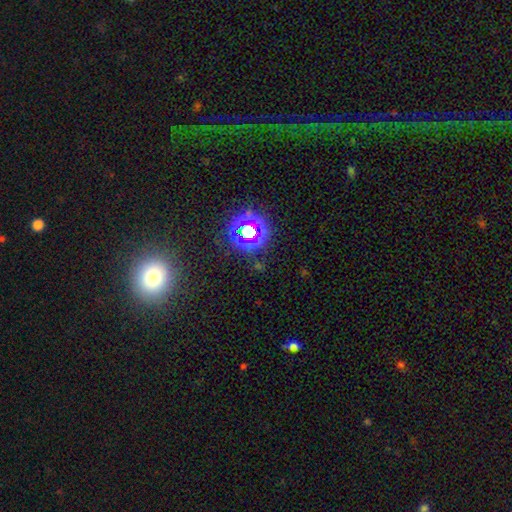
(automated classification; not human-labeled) Smooth or featured?
  - smooth: 51% *
  - star or artifact: 40%
  - featured or disk: 10%
How rounded?
  - round: 83% *
  - in between: 14%
  - cigar-shaped: 3%
Merging?
  - none: 90% *
  - minor disturbance: 5%
  - major disturbance: 3%
  - merger: 2%